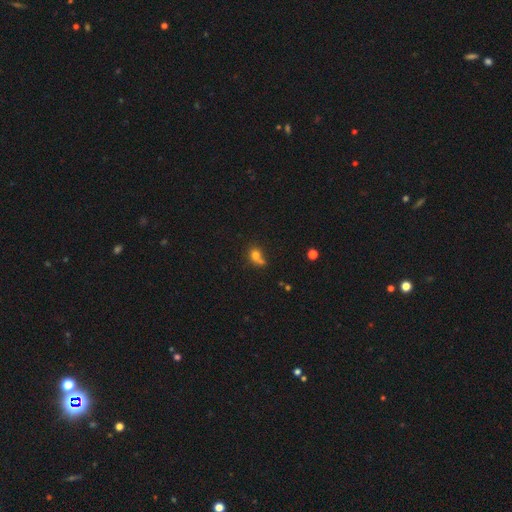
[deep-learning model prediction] This is likely a smooth galaxy (74%). How rounded: possibly round (57%). Merging: marginally none (38%).